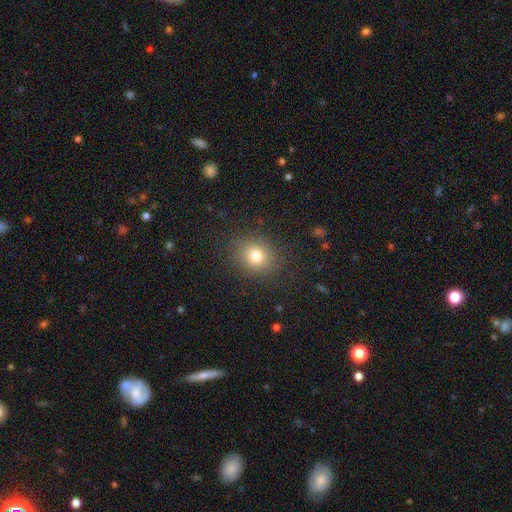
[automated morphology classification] A smooth galaxy with no disk features (77%) that is round (74%). Merging: none (87%).